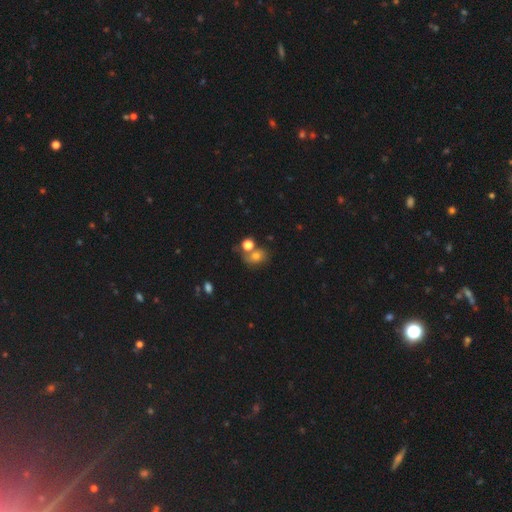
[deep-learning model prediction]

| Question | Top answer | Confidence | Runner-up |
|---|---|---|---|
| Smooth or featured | smooth | 70% | star or artifact (16%) |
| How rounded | round | 56% | in between (43%) |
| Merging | none | 50% | merger (29%) |